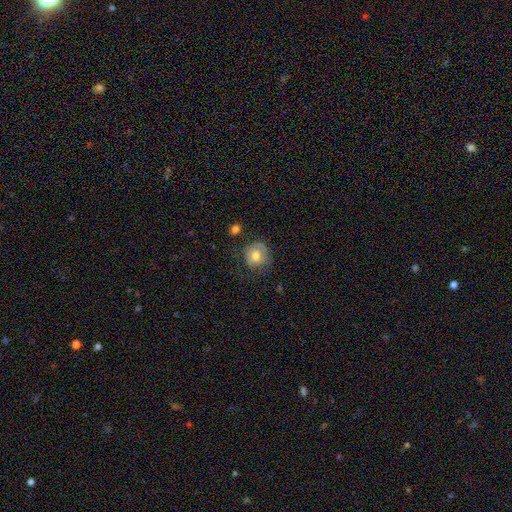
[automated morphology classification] A smooth galaxy with no disk features (63%) that is round (84%). Merging: none (59%).